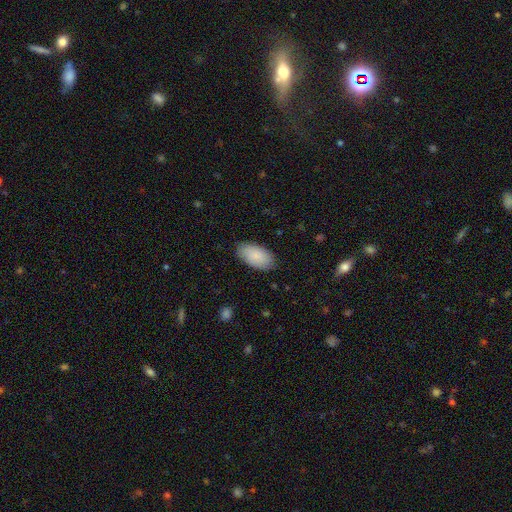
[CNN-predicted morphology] This is clearly a smooth galaxy (86%). How rounded: clearly in between (95%). Merging: clearly none (85%).